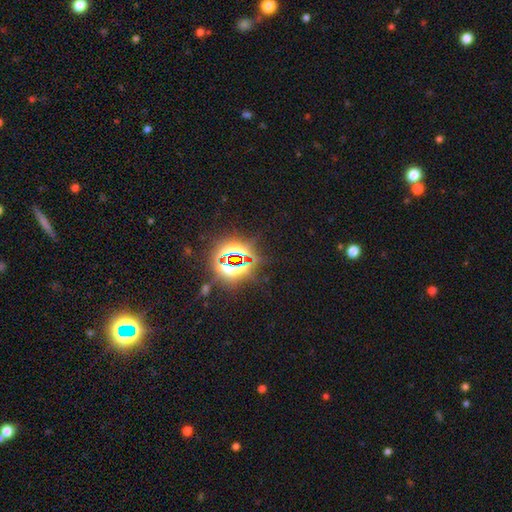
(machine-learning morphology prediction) Overall: star or artifact (82%).